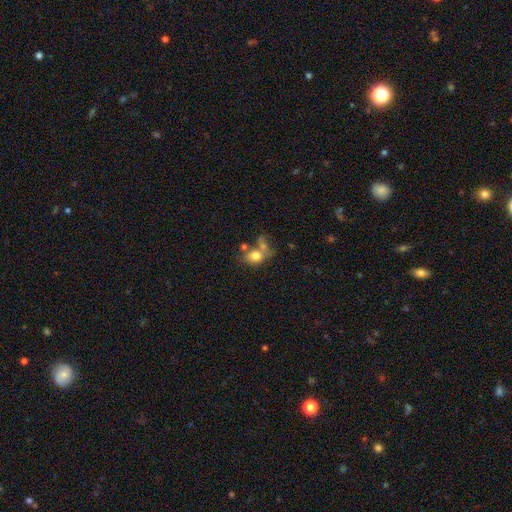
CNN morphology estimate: This appears to be a smooth galaxy with no disk features (75%) that is in between round and cigar-shaped (62%). Merging: merger (38%).